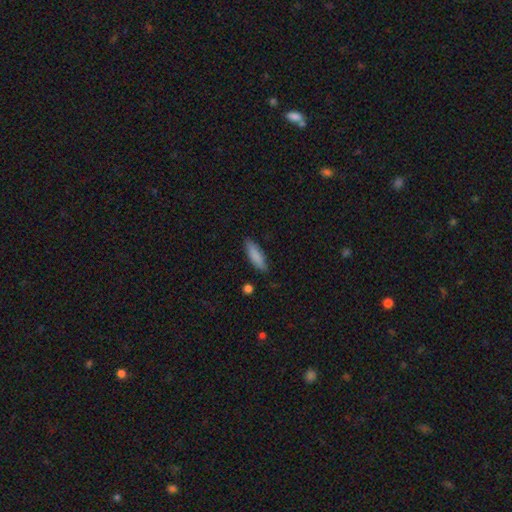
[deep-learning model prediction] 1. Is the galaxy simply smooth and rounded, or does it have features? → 85% smooth, 9% featured or disk, 6% star or artifact.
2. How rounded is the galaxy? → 51% cigar-shaped, 47% in between, 2% round.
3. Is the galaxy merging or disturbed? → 84% none, 12% minor disturbance, 2% major disturbance, 2% merger.